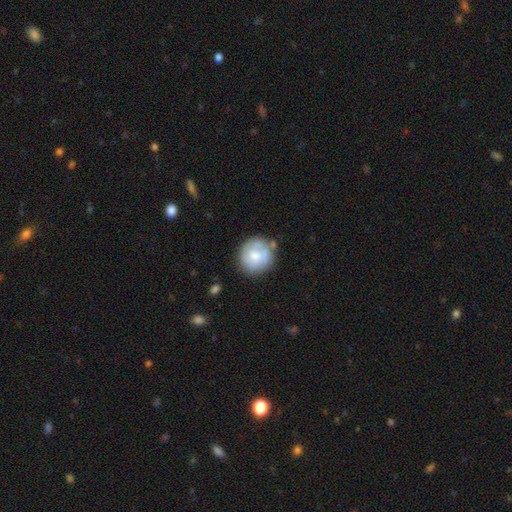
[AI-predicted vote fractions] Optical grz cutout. It shows a smooth galaxy with no disk features (61%) that is round (87%). Merging: none (68%).